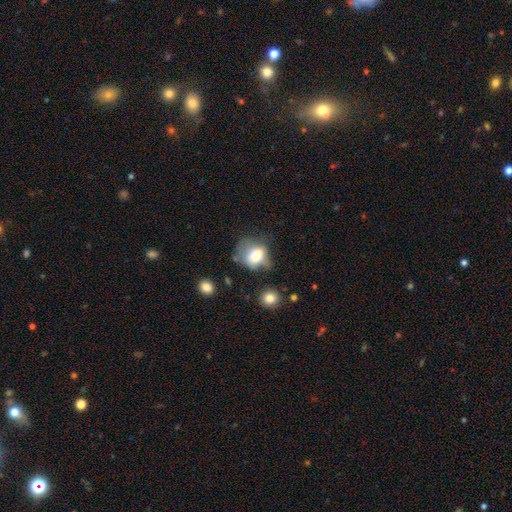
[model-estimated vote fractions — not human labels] This appears to be a smooth galaxy with no disk features (71%) that is round (51%). Merging: none (35%).